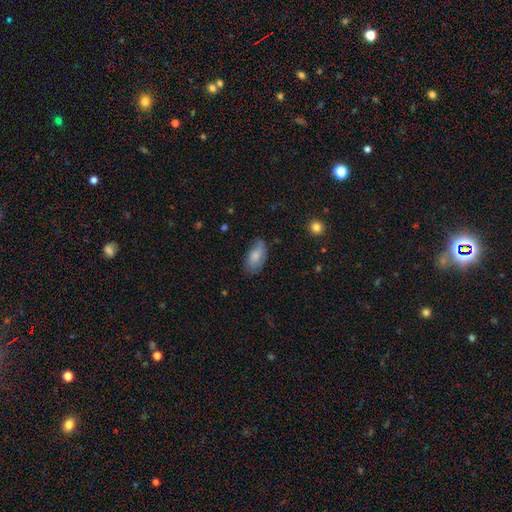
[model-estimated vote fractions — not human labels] smooth-or-featured: smooth: 74% | featured or disk: 19% | star or artifact: 7%
  how-rounded: in between: 93% | round: 4% | cigar-shaped: 4%
  merging: none: 67% | minor disturbance: 26% | major disturbance: 5% | merger: 1%